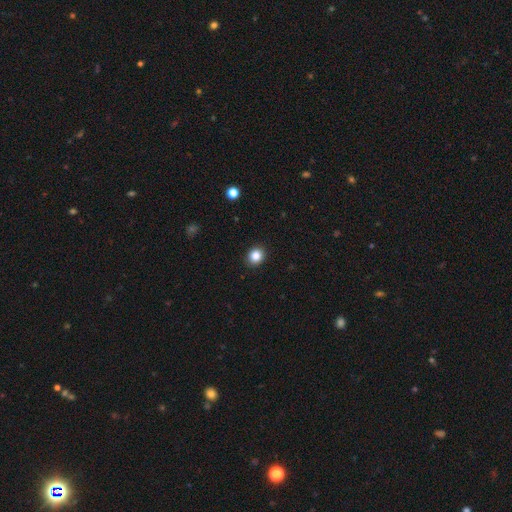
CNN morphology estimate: Smooth or featured: smooth — 86% (star or artifact — 11%)
How rounded: round — 75% (in between — 24%)
Merging: none — 91% (minor disturbance — 6%)